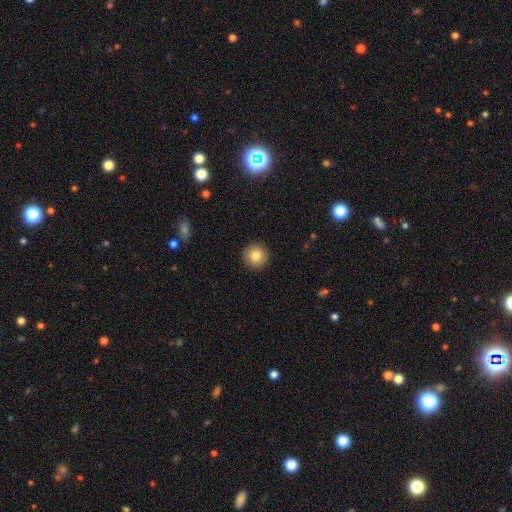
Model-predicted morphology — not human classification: Overall: smooth (83%). How rounded: round (95%). Merging: none (92%).